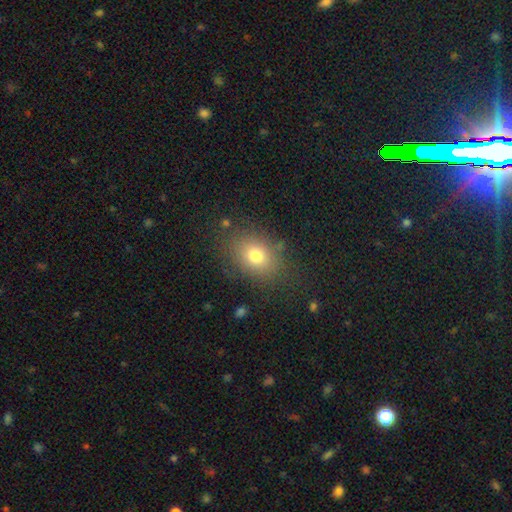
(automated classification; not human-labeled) Overall: smooth (75%). How rounded: in between (61%; round 38%). Merging: none (80%).